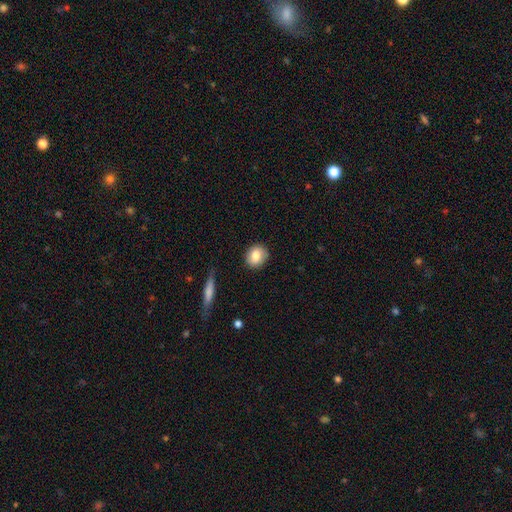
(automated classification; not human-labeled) This appears to be a smooth galaxy with no disk features (82%) that is round (70%). Merging: none (84%).